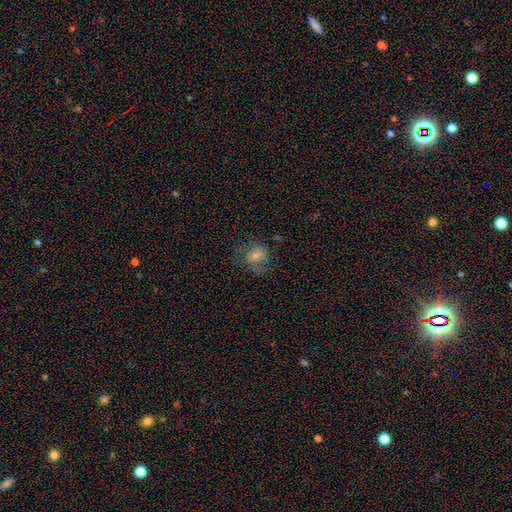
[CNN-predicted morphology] type=featured or disk (41%); merging=none (60%).